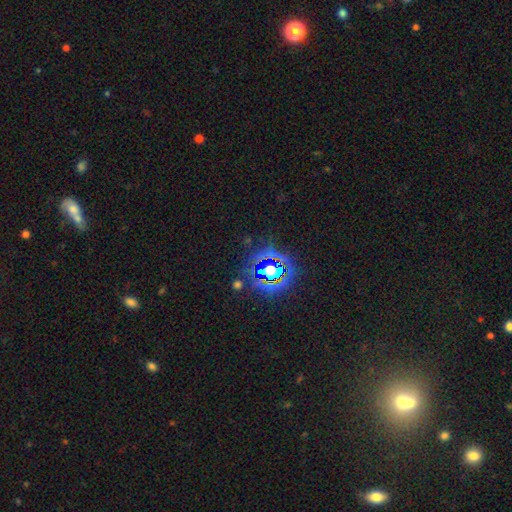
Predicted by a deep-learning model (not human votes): smooth_or_featured: star or artifact (p=0.80) [alt: smooth p=0.12]